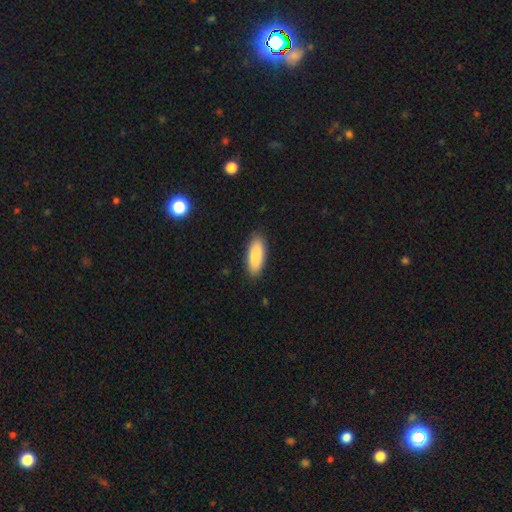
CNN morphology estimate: Smooth or featured: smooth — 89% (featured or disk — 6%)
How rounded: in between — 71% (cigar-shaped — 27%)
Merging: none — 89% (minor disturbance — 9%)